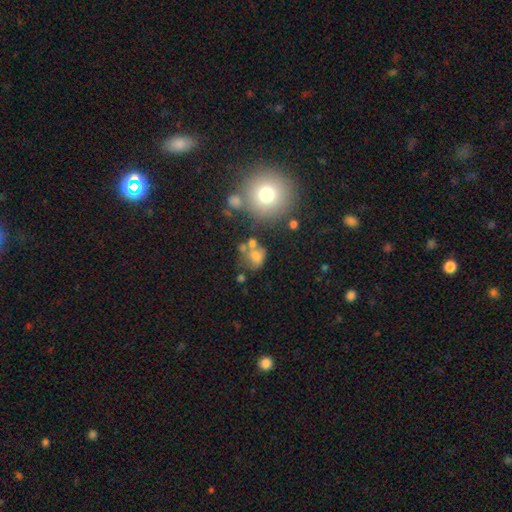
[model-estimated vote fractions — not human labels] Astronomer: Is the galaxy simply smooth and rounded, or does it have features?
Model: smooth — 68%.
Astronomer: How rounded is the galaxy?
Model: round — 64%.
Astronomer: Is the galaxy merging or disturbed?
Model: none — 46% (runner-up: merger, 24%).